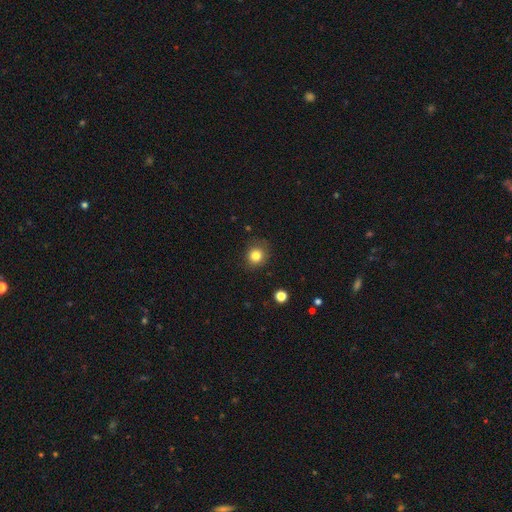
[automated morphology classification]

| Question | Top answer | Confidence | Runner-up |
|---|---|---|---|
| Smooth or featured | smooth | 82% | star or artifact (12%) |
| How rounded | round | 84% | in between (15%) |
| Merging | none | 83% | minor disturbance (12%) |